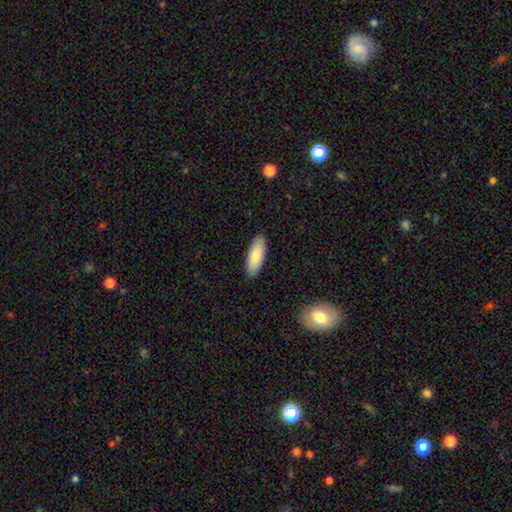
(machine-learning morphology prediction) smooth_or_featured: smooth (p=0.81) [alt: featured or disk p=0.13]
how_rounded: in between (p=0.74) [alt: cigar-shaped p=0.24]
merging: none (p=0.89) [alt: minor disturbance p=0.08]